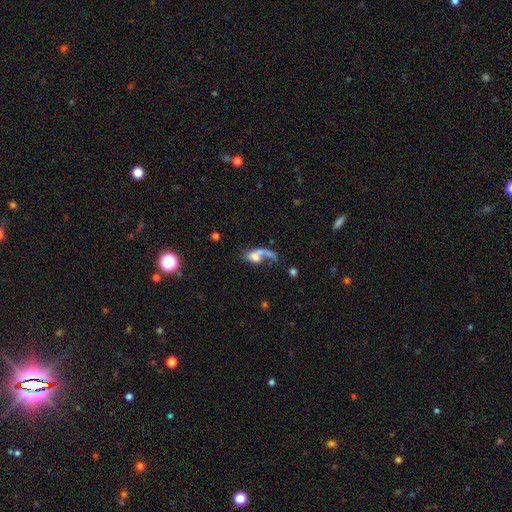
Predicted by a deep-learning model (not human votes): Smooth or featured? Predicted: smooth (p=0.45). Merging? Predicted: major disturbance (p=0.35).